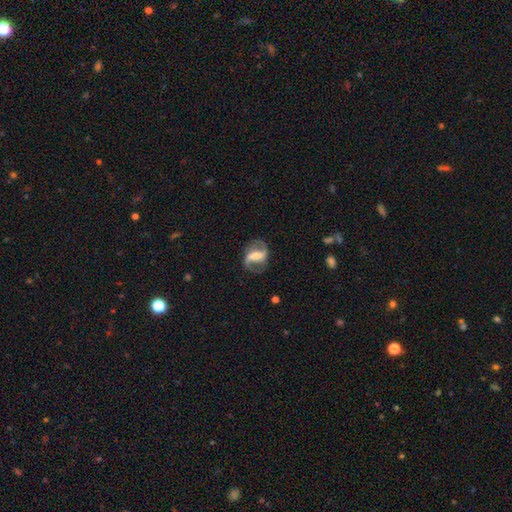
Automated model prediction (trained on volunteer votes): Smooth or featured?
  - featured or disk: 84% *
  - smooth: 10%
  - star or artifact: 5%
Edge-on disk?
  - no: 96% *
  - yes: 4%
Bar?
  - strong: 58% *
  - weak: 30%
  - no: 12%
Spiral arms?
  - yes: 92% *
  - no: 8%
Spiral winding?
  - medium: 44% *
  - loose: 42%
  - tight: 14%
Spiral arm count?
  - 2: 91% *
  - 1: 3%
  - can't tell: 3%
  - 3: 1%
  - 4: 1%
  - more than 4: 1%
Bulge size?
  - moderate: 46% *
  - small: 38%
  - large: 8%
  - none: 6%
  - dominant: 2%
Merging?
  - none: 78% *
  - minor disturbance: 13%
  - major disturbance: 7%
  - merger: 1%